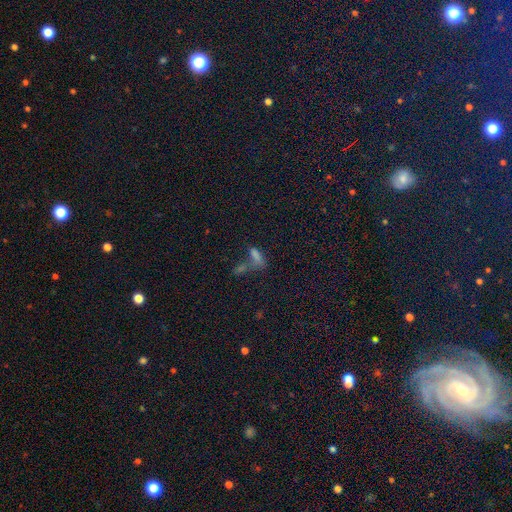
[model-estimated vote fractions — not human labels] This appears to be a smooth galaxy with no disk features (60%) that is in between round and cigar-shaped (58%). Merging: merger (48%).